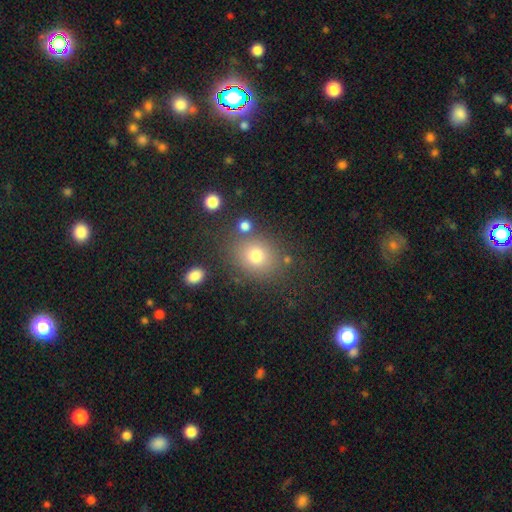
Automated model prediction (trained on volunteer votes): smooth_or_featured: smooth (p=0.75) [alt: star or artifact p=0.15]
how_rounded: round (p=0.67) [alt: in between p=0.32]
merging: none (p=0.77) [alt: minor disturbance p=0.11]